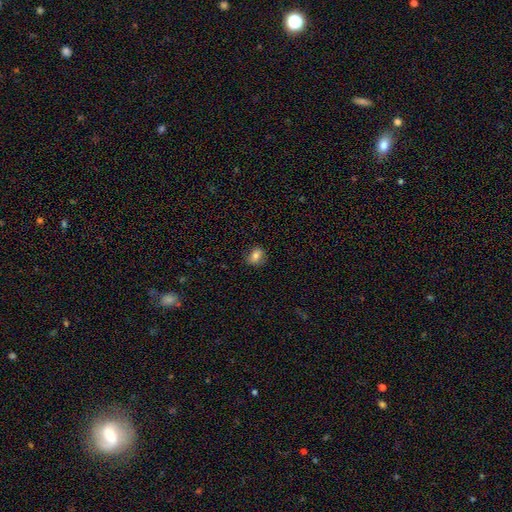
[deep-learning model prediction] A smooth galaxy with no disk features (79%) that is round (54%).

Vote fractions:
- Smooth or featured? smooth: 79% / star or artifact: 10% / featured or disk: 10%
- How rounded? round: 54% / in between: 45% / cigar-shaped: 1%
- Merging? none: 82% / minor disturbance: 14% / major disturbance: 3% / merger: 1%